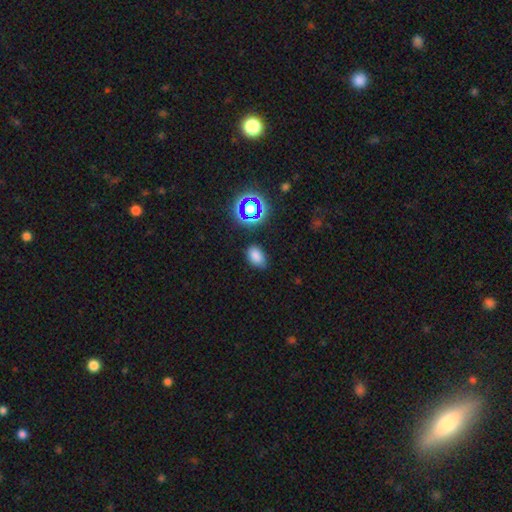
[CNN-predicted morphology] Smooth or featured: smooth — 77% (star or artifact — 17%)
How rounded: in between — 81% (round — 18%)
Merging: none — 79% (minor disturbance — 15%)